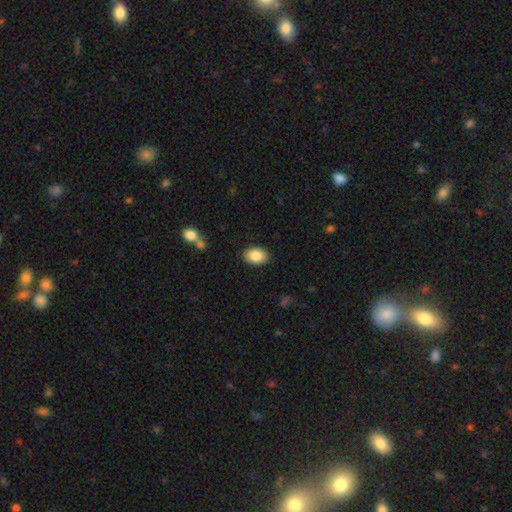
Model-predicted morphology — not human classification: A smooth galaxy with no disk features (86%) that is in between round and cigar-shaped (85%).

Vote fractions:
- Smooth or featured? smooth: 86% / featured or disk: 7% / star or artifact: 7%
- How rounded? in between: 85% / round: 14% / cigar-shaped: 1%
- Merging? none: 88% / minor disturbance: 8% / major disturbance: 2% / merger: 1%